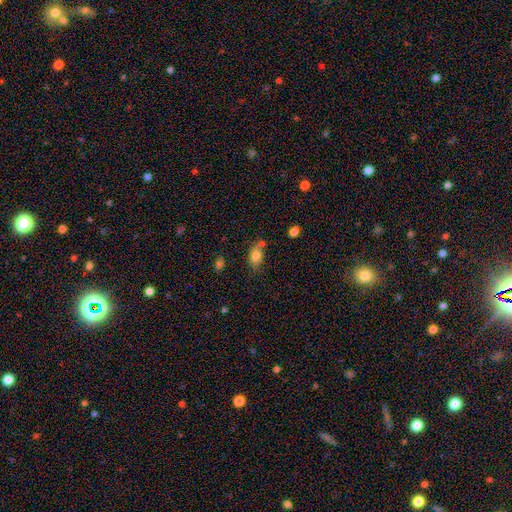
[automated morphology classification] Overall: smooth (81%). How rounded: in between (80%). Merging: none (62%).